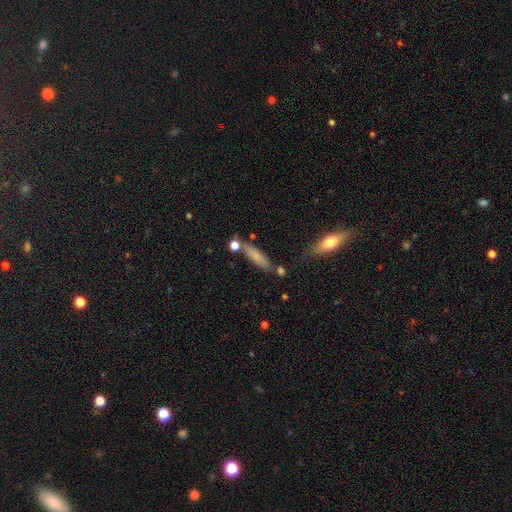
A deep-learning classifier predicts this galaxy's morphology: The model was most divided on "how rounded": cigar-shaped: 72%, in between: 25%, round: 3%. More confident: smooth or featured — smooth (72%); merging — none (70%).